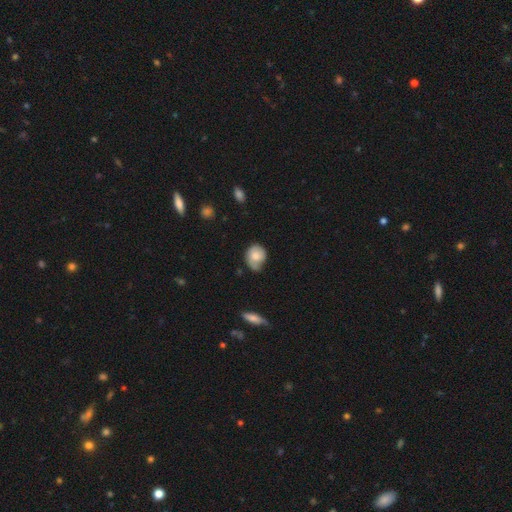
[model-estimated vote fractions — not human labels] Smooth or featured? smooth (70%)
How rounded? round (55%)
Merging? none (42%)